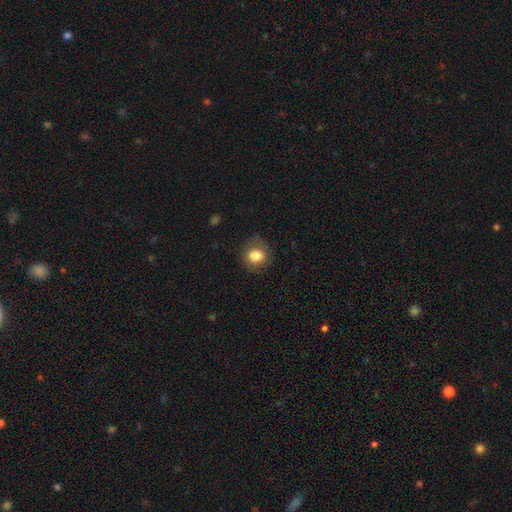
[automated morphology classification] A smooth galaxy with no disk features (80%) that is round (77%).

Vote fractions:
- Smooth or featured? smooth: 80% / featured or disk: 11% / star or artifact: 9%
- How rounded? round: 77% / in between: 22% / cigar-shaped: 1%
- Merging? none: 76% / minor disturbance: 16% / major disturbance: 6% / merger: 1%